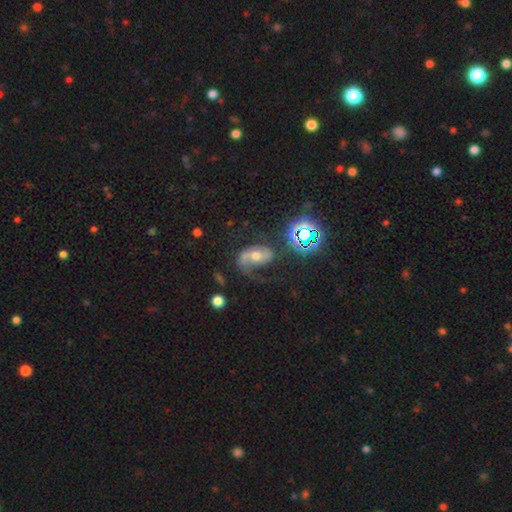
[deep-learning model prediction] smooth_or_featured: featured or disk (p=0.68) [alt: smooth p=0.17]
disk_edge_on: no (p=0.96) [alt: yes p=0.04]
bar: no (p=0.51) [alt: weak p=0.30]
has_spiral_arms: yes (p=0.88) [alt: no p=0.12]
spiral_winding: loose (p=0.46) [alt: medium p=0.38]
spiral_arm_count: 2 (p=0.54) [alt: 1 p=0.36]
bulge_size: moderate (p=0.66) [alt: small p=0.24]
merging: none (p=0.40) [alt: major disturbance p=0.34]